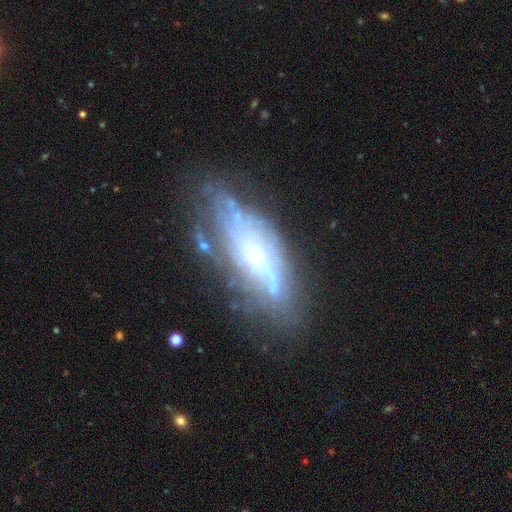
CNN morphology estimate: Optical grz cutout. It shows a featured or disk galaxy (77%) with no bar (63%), spiral arms (73%) and a small central bulge (50%). Merging: none (55%).